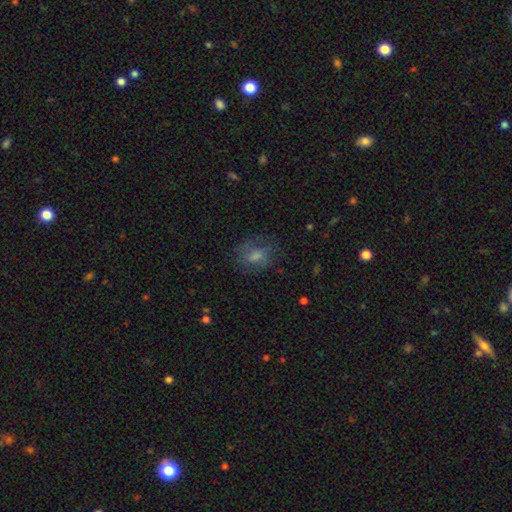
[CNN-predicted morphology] Smooth or featured: smooth — 54% (featured or disk — 28%)
How rounded: round — 51% (in between — 47%)
Merging: none — 67% (minor disturbance — 19%)